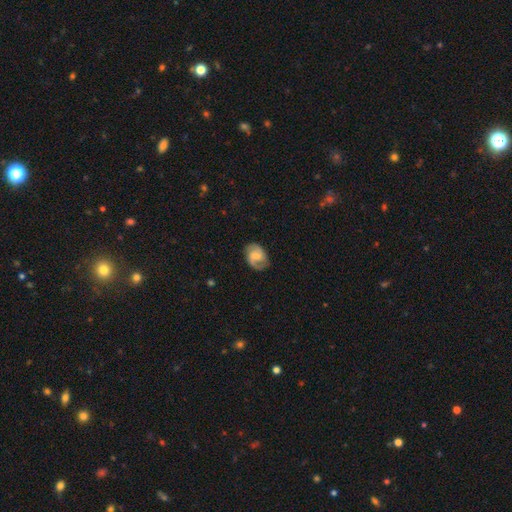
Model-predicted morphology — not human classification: Smooth or featured? Predicted: featured or disk (p=0.75). Edge-on disk? Predicted: no (p=0.98). Bar? Predicted: weak (p=0.50). Spiral arms? Predicted: yes (p=0.95). Spiral winding? Predicted: medium (p=0.52). Spiral arm count? Predicted: 2 (p=0.89). Bulge size? Predicted: moderate (p=0.36). Merging? Predicted: none (p=0.79).